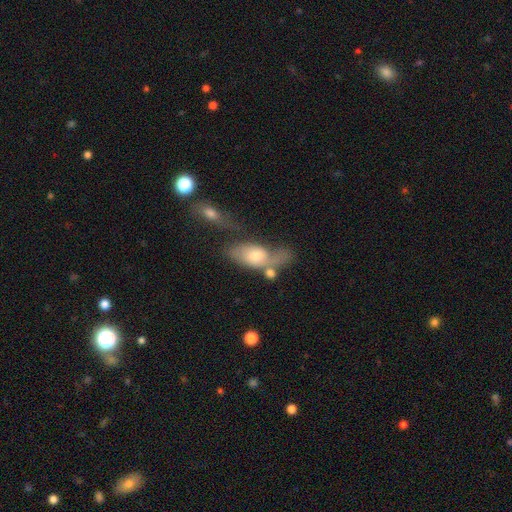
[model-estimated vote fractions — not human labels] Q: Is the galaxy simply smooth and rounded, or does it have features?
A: smooth — 54%.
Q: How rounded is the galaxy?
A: in between — 82%.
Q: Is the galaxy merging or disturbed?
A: merger — 32%.